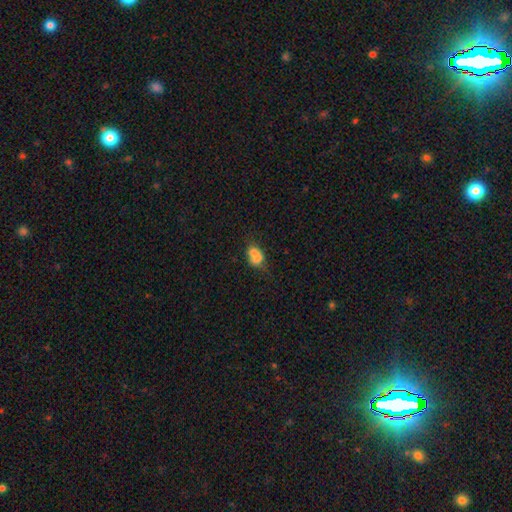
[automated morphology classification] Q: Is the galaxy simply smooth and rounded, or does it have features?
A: smooth — 69%.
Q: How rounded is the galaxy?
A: in between — 67%.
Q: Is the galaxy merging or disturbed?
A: merger — 47%.